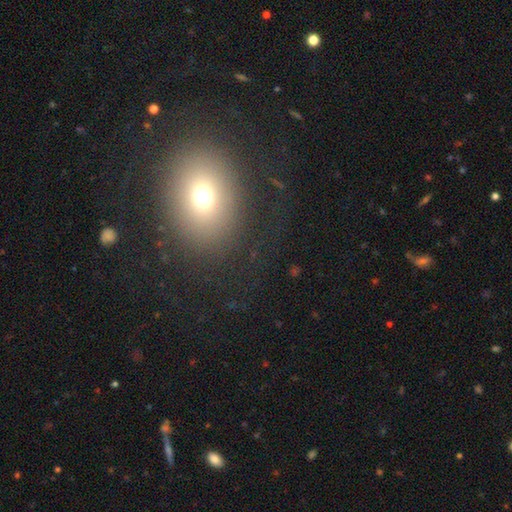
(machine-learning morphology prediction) A smooth galaxy with no disk features (65%) that is round (50%).

Vote fractions:
- Smooth or featured? smooth: 65% / star or artifact: 20% / featured or disk: 15%
- How rounded? round: 50% / in between: 49% / cigar-shaped: 1%
- Merging? none: 84% / minor disturbance: 9% / major disturbance: 6% / merger: 1%